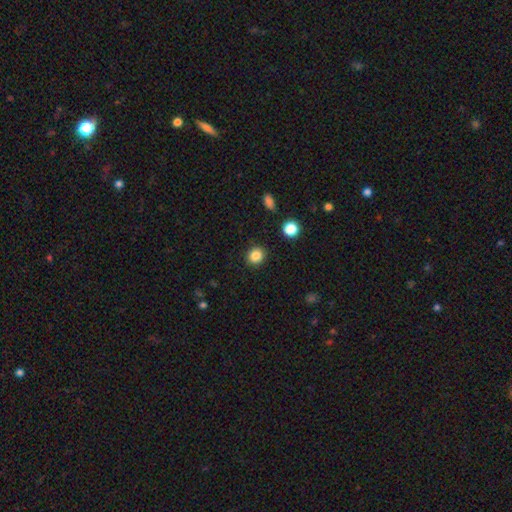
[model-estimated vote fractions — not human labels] Overall: smooth (85%). How rounded: round (82%). Merging: none (90%).